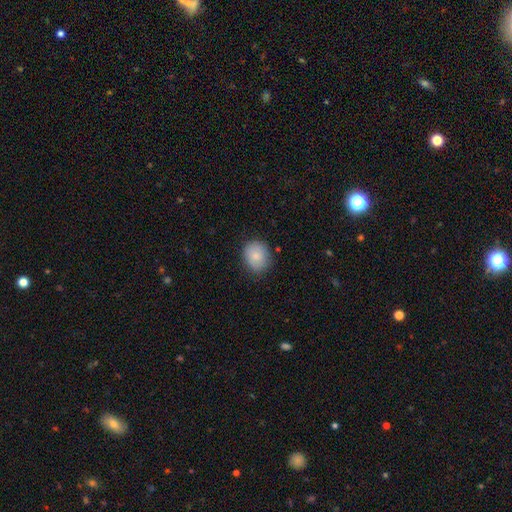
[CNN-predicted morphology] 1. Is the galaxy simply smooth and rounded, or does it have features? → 84% smooth, 8% featured or disk, 7% star or artifact.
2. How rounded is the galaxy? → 69% round, 30% in between, 1% cigar-shaped.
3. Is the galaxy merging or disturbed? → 81% none, 15% minor disturbance, 3% major disturbance, 1% merger.